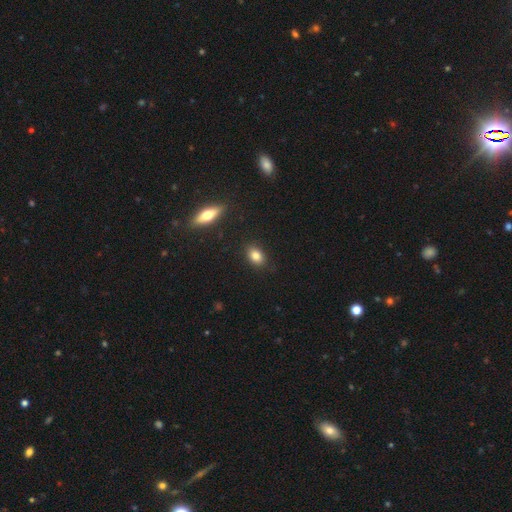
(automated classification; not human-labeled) Smooth or featured? Predicted: smooth (p=0.85). How rounded? Predicted: in between (p=0.78). Merging? Predicted: none (p=0.87).